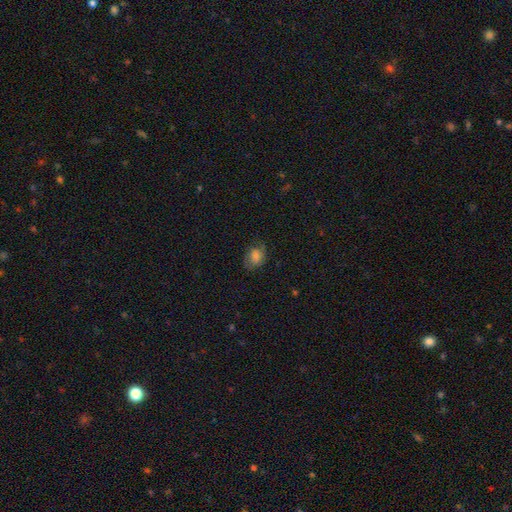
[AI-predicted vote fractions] The model was most divided on "how rounded": in between: 60%, round: 39%, cigar-shaped: 1%. More confident: merging — none (67%); smooth or featured — smooth (65%).